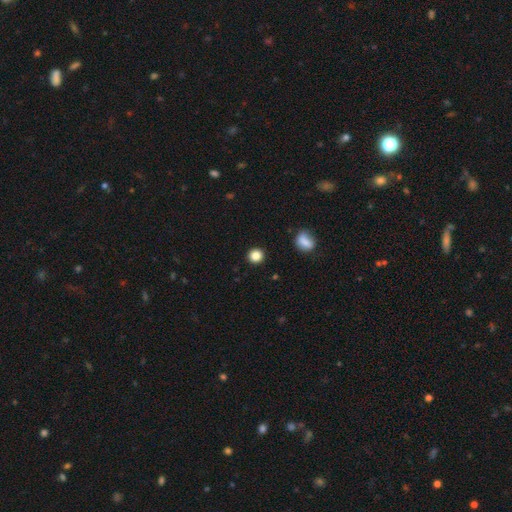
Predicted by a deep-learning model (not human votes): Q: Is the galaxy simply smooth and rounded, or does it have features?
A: smooth — 85%.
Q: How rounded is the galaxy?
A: round — 92%.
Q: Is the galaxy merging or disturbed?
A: none — 92%.